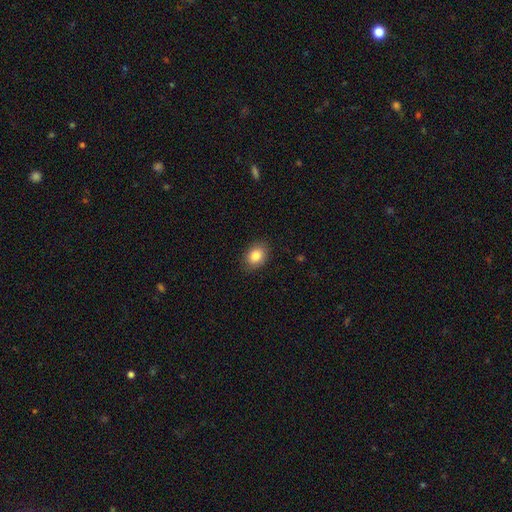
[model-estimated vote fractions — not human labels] This appears to be a smooth galaxy with no disk features (85%) that is in between round and cigar-shaped (69%). Merging: none (86%).